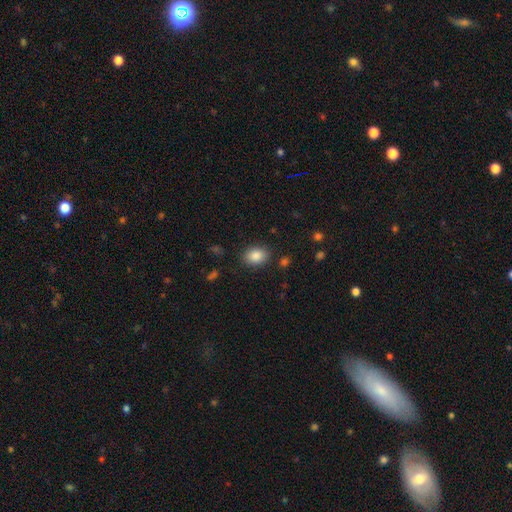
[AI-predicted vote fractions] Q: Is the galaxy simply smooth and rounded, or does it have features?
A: smooth — 86%.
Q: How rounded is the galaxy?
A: in between — 71%.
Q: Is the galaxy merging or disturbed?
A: none — 85%.